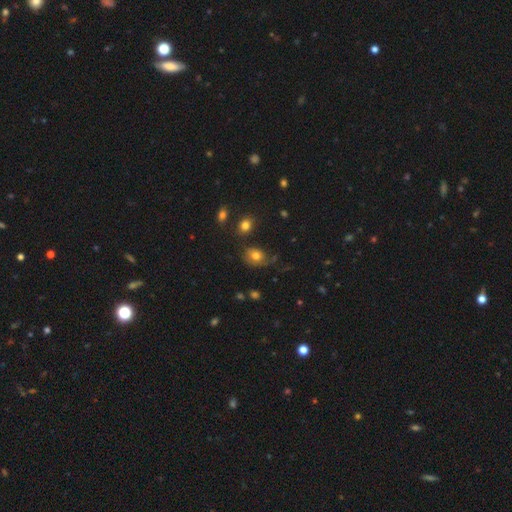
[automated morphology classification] Smooth or featured?
  - smooth: 76% *
  - featured or disk: 13%
  - star or artifact: 11%
How rounded?
  - in between: 50% *
  - round: 49%
  - cigar-shaped: 1%
Merging?
  - none: 58% *
  - minor disturbance: 25%
  - major disturbance: 12%
  - merger: 5%